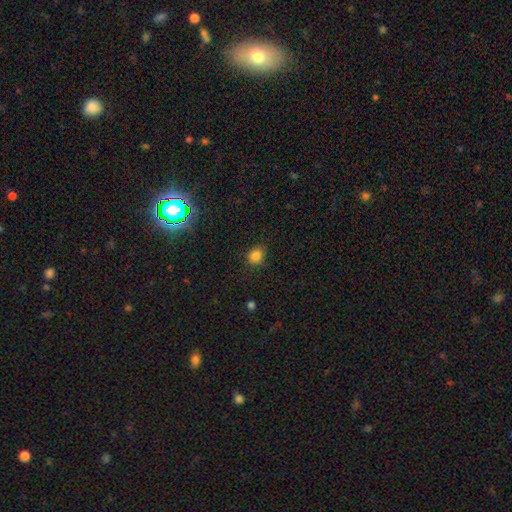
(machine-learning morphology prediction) type=smooth (82%); roundness=round (72%); merging=none (83%).